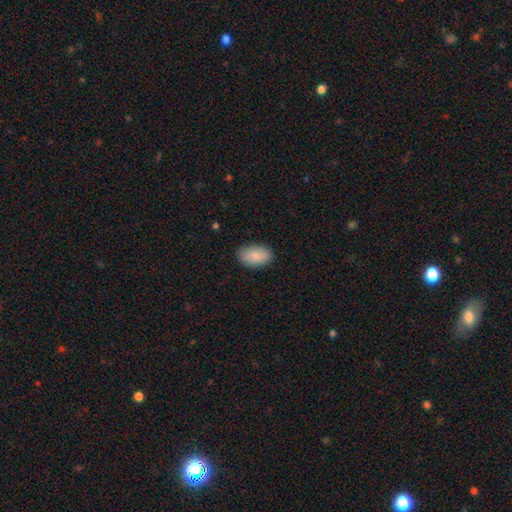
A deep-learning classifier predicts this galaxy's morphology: Q: Smooth or featured?
A: smooth (85%); runner-up: featured or disk (9%)
Q: How rounded?
A: in between (93%); runner-up: round (6%)
Q: Merging?
A: none (85%); runner-up: minor disturbance (11%)